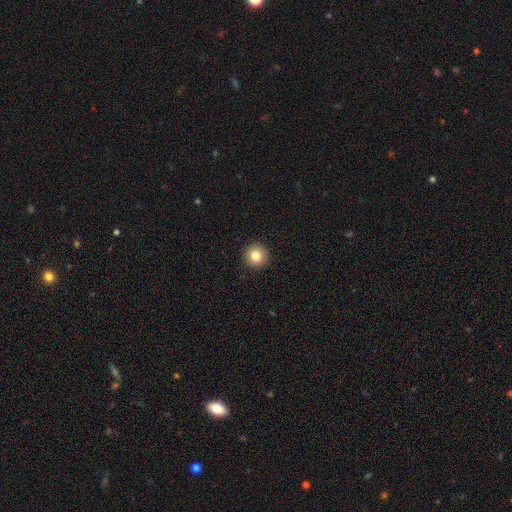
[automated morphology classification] A smooth galaxy with no disk features (82%) that is round (96%). Merging: none (93%).